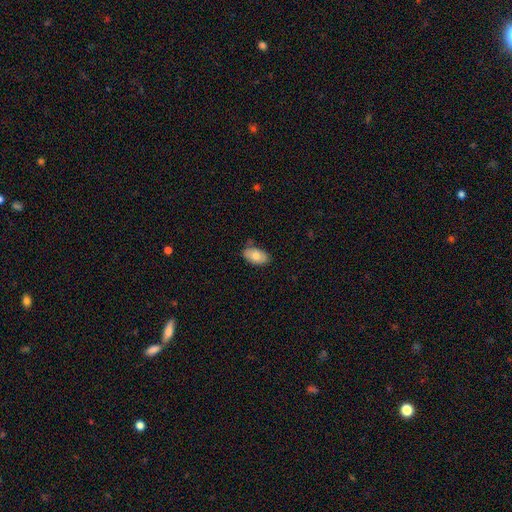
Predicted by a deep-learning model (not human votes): This appears to be a smooth galaxy with no disk features (76%) that is in between round and cigar-shaped (93%). Merging: none (71%).